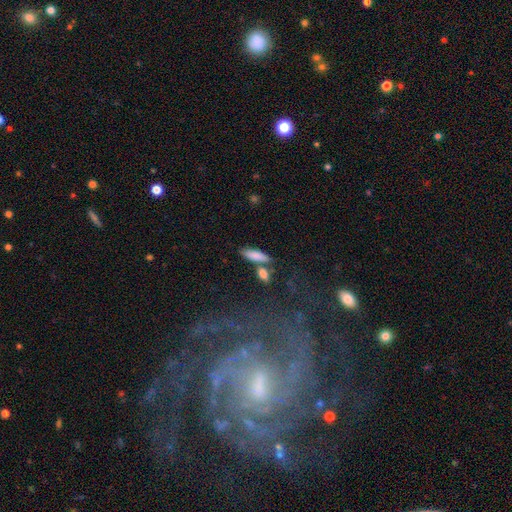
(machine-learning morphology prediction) type=smooth (82%); roundness=cigar-shaped (52%); merging=none (61%).